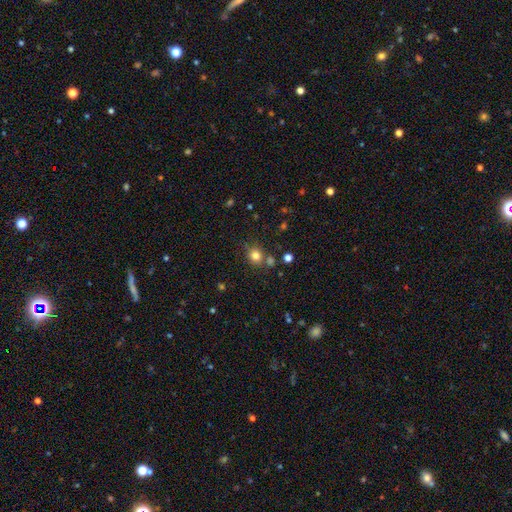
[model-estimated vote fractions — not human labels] Overall: smooth (79%). How rounded: round (79%). Merging: none (71%).